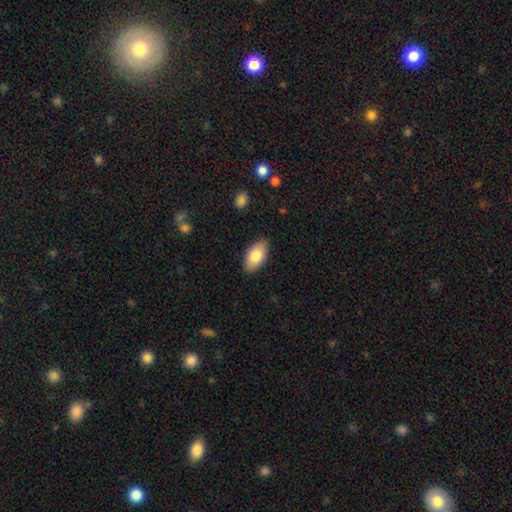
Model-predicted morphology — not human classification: smooth 82%, featured or disk 11%, star or artifact 6%. Down the decision tree: how rounded — in between (94%); merging — none (85%).